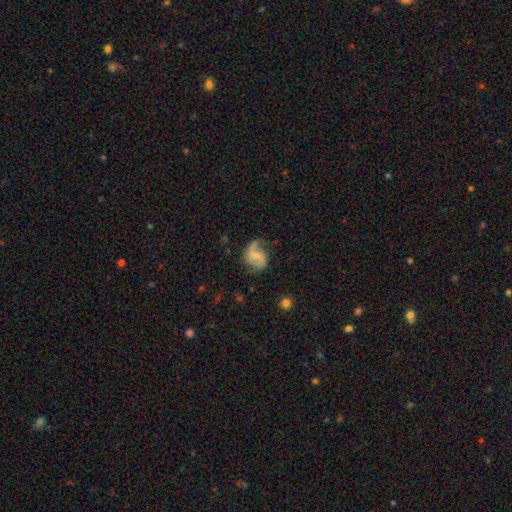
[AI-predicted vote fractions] A featured or disk galaxy (76%) with a weak bar (47%), 2 (69%) medium (45%) spiral arms (93%) and a small central bulge (48%).

Vote fractions:
- Smooth or featured? featured or disk: 76% / smooth: 18% / star or artifact: 6%
- Edge-on disk? no: 98% / yes: 2%
- Bar? weak: 47% / no: 36% / strong: 16%
- Spiral arms? yes: 93% / no: 7%
- Spiral winding? medium: 45% / loose: 37% / tight: 17%
- Spiral arm count? 2: 69% / 1: 24% / can't tell: 5% / 3: 1% / 4: 1% / more than 4: 1%
- Bulge size? small: 48% / moderate: 39% / none: 10% / large: 3% / dominant: 1%
- Merging? none: 54% / minor disturbance: 25% / major disturbance: 19% / merger: 2%